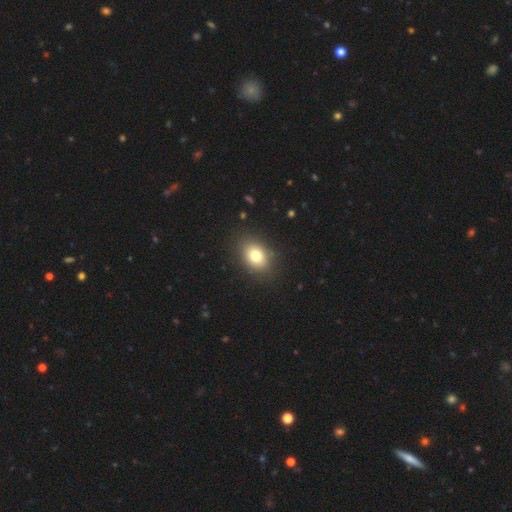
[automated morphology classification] Q: Smooth or featured?
A: smooth (78%); runner-up: featured or disk (11%)
Q: How rounded?
A: in between (65%); runner-up: round (34%)
Q: Merging?
A: none (86%); runner-up: minor disturbance (9%)